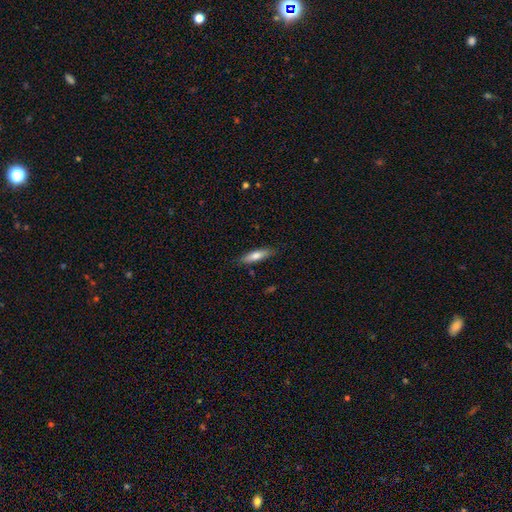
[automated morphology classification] This appears to be a smooth galaxy with no disk features (72%) that is cigar-shaped (69%). Merging: none (84%).